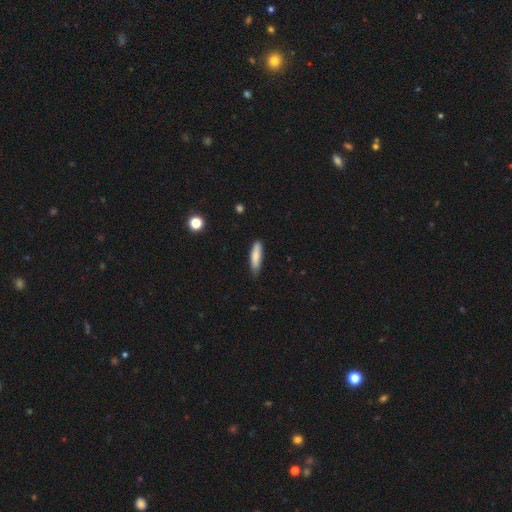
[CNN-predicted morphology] Smooth or featured? smooth (81%)
How rounded? cigar-shaped (69%)
Merging? none (77%)